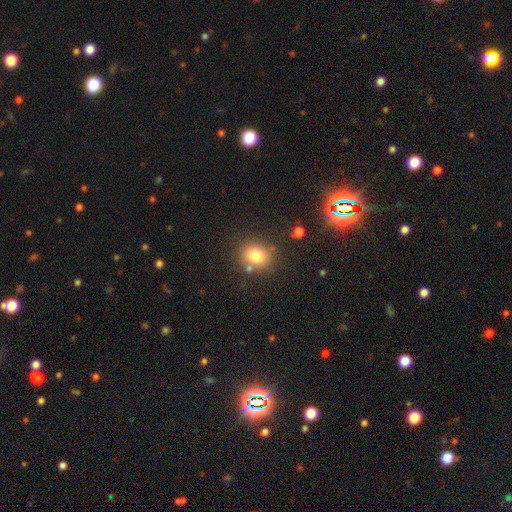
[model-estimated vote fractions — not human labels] A smooth galaxy with no disk features (77%) that is round (72%).

Vote fractions:
- Smooth or featured? smooth: 77% / star or artifact: 13% / featured or disk: 10%
- How rounded? round: 72% / in between: 27% / cigar-shaped: 1%
- Merging? none: 75% / minor disturbance: 12% / merger: 9% / major disturbance: 4%